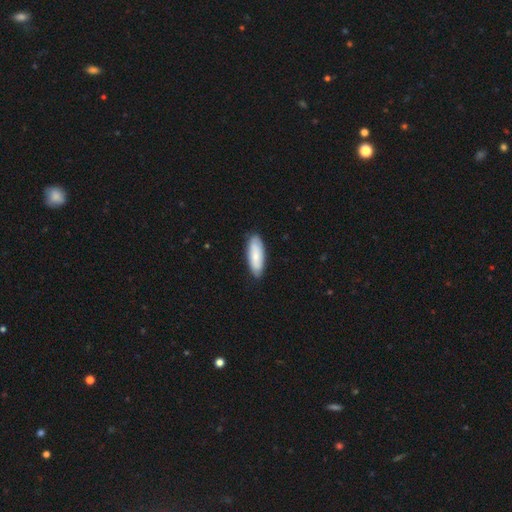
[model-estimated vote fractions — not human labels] Overall: smooth (73%). How rounded: in between (69%). Merging: none (84%).